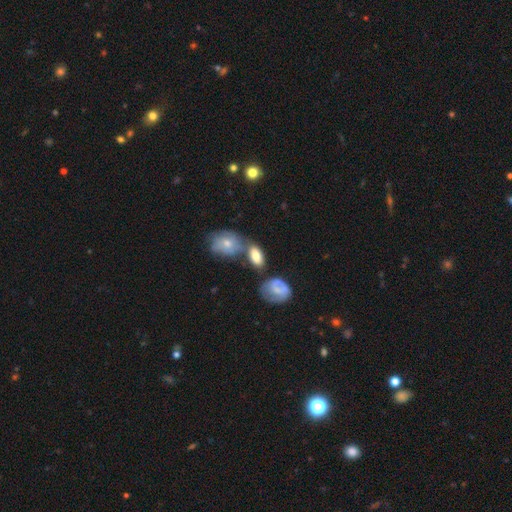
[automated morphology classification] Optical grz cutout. It shows a smooth galaxy with no disk features (71%) that is in between round and cigar-shaped (88%). Merging: none (44%).